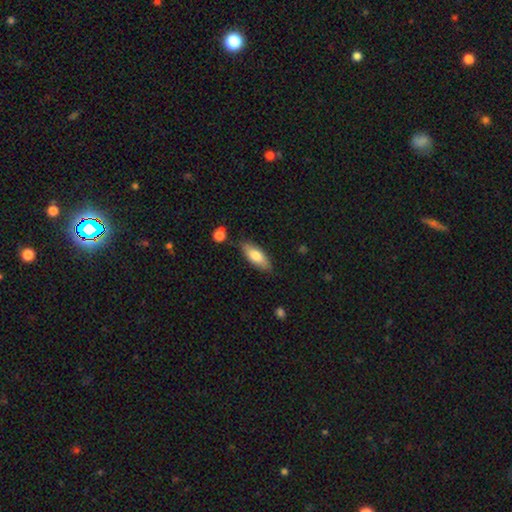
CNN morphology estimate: The model was most divided on "how rounded": in between: 72%, cigar-shaped: 26%, round: 2%. More confident: merging — none (82%); smooth or featured — smooth (75%).